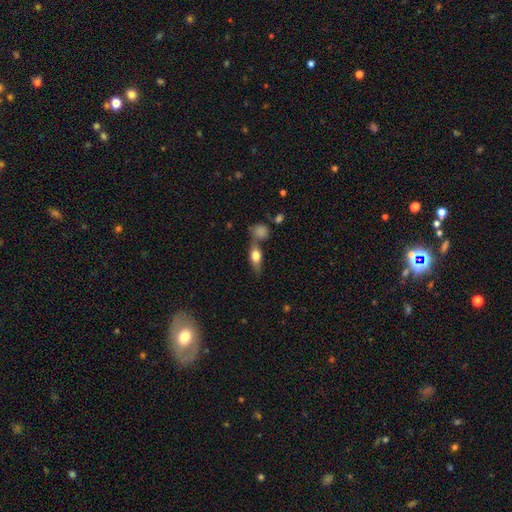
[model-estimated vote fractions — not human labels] A smooth galaxy with no disk features (64%) that is in between round and cigar-shaped (66%). Merging: none (57%).